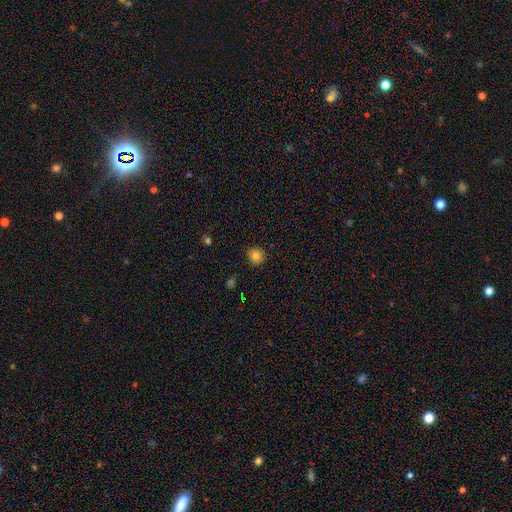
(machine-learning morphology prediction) Smooth or featured? Predicted: smooth (p=0.80). How rounded? Predicted: round (p=0.89). Merging? Predicted: none (p=0.87).